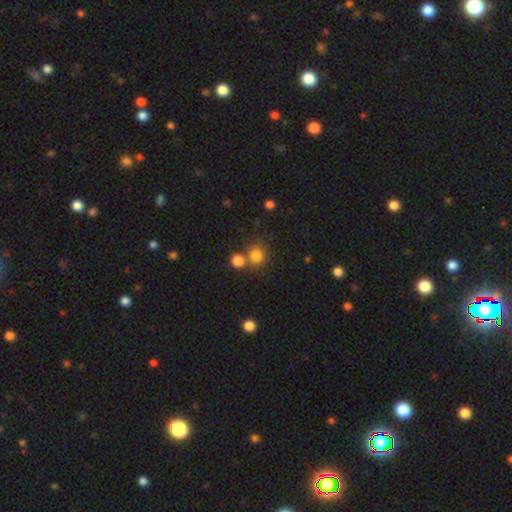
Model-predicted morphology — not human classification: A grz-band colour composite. It shows a smooth galaxy with no disk features (80%) that is round (89%). Merging: none (65%).